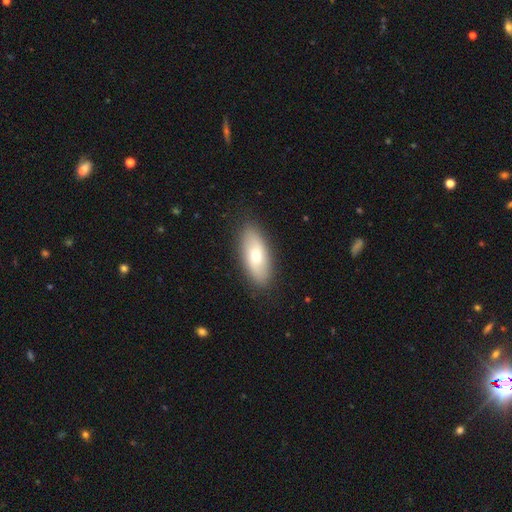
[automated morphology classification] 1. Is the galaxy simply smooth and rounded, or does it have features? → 68% smooth, 25% featured or disk, 6% star or artifact.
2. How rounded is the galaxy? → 83% in between, 14% cigar-shaped, 3% round.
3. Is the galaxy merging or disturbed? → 87% none, 9% minor disturbance, 2% major disturbance, 1% merger.